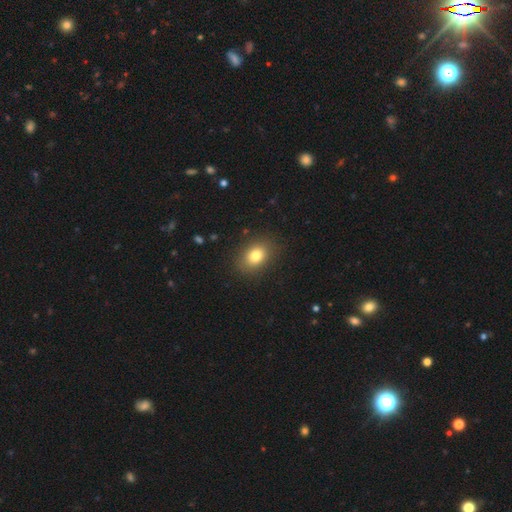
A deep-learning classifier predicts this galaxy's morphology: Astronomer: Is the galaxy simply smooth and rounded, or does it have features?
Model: smooth — 79%.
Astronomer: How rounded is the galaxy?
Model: in between — 68%.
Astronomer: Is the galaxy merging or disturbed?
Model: none — 86%.